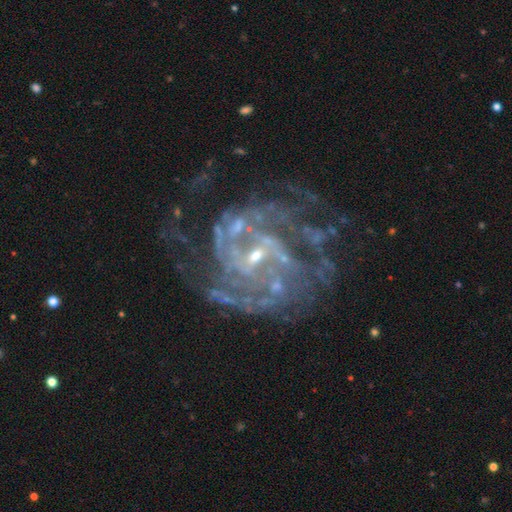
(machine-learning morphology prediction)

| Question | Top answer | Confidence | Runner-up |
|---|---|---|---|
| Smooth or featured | featured or disk | 88% | star or artifact (8%) |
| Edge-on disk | no | 98% | yes (2%) |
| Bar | no | 45% | weak (42%) |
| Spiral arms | yes | 93% | no (7%) |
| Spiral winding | tight | 51% | medium (38%) |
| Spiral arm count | can't tell | 32% | 2 (21%) |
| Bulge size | small | 76% | moderate (16%) |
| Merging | none | 56% | major disturbance (21%) |